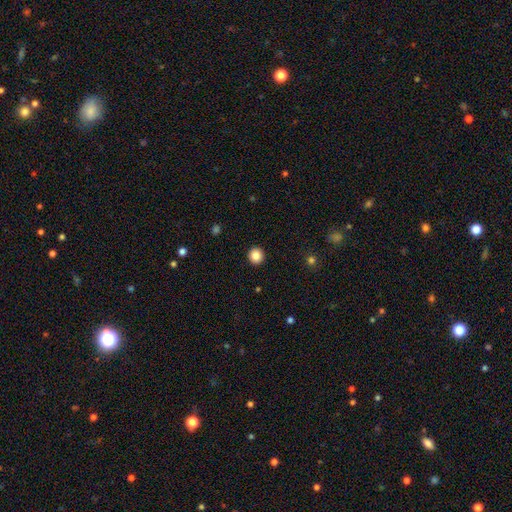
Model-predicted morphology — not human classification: This is clearly a smooth galaxy (85%). How rounded: clearly round (93%). Merging: clearly none (93%).